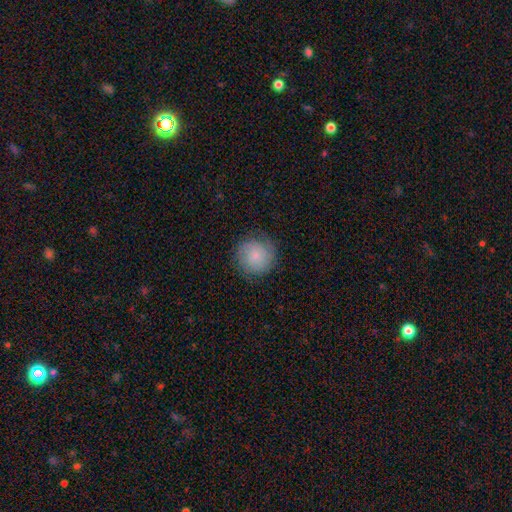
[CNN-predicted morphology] smooth-or-featured: smooth: 67% | featured or disk: 26% | star or artifact: 8%
  how-rounded: round: 92% | in between: 7% | cigar-shaped: 1%
  merging: none: 80% | minor disturbance: 14% | major disturbance: 5% | merger: 1%